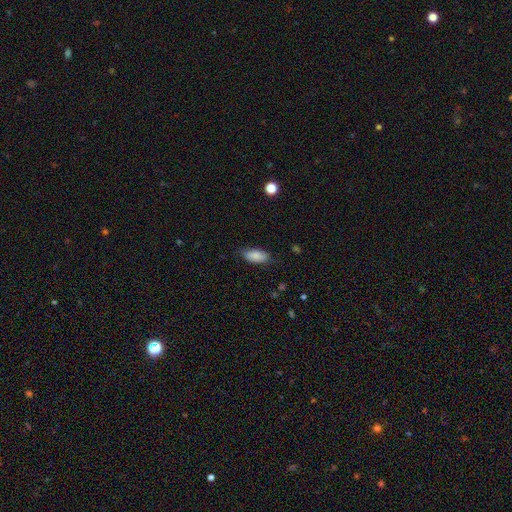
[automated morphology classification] A smooth galaxy with no disk features (86%) that is in between round and cigar-shaped (86%).

Vote fractions:
- Smooth or featured? smooth: 86% / featured or disk: 7% / star or artifact: 7%
- How rounded? in between: 86% / cigar-shaped: 12% / round: 2%
- Merging? none: 78% / minor disturbance: 18% / major disturbance: 3% / merger: 1%